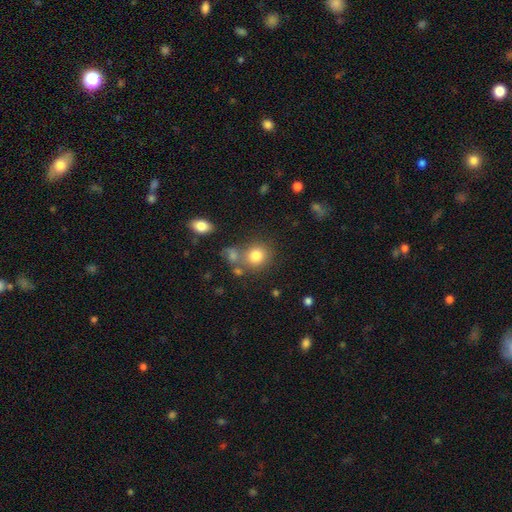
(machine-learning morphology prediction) Q: Smooth or featured?
A: smooth (81%); runner-up: star or artifact (11%)
Q: How rounded?
A: round (79%); runner-up: in between (20%)
Q: Merging?
A: none (66%); runner-up: merger (17%)